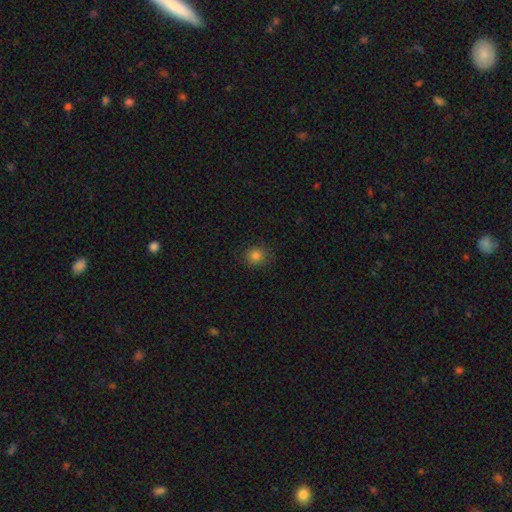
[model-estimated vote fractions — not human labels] This appears to be a smooth galaxy with no disk features (81%) that is round (86%). Merging: none (88%).